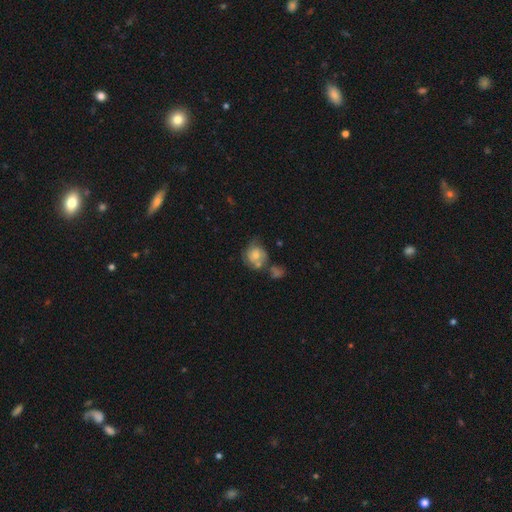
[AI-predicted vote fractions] A smooth galaxy with no disk features (54%) that is round (71%).

Vote fractions:
- Smooth or featured? smooth: 54% / featured or disk: 37% / star or artifact: 8%
- How rounded? round: 71% / in between: 28% / cigar-shaped: 1%
- Merging? none: 34% / merger: 30% / minor disturbance: 22% / major disturbance: 14%